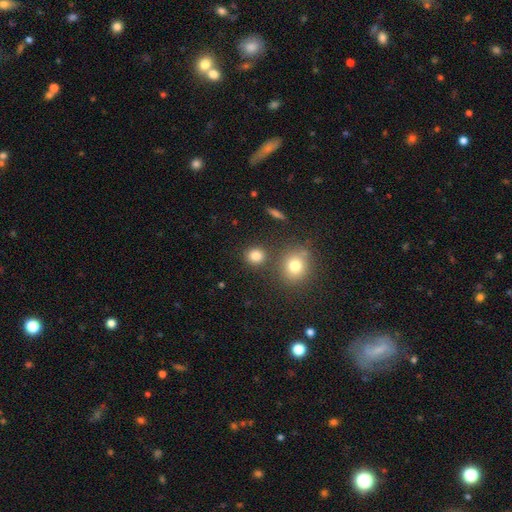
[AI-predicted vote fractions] This is clearly a smooth galaxy (81%). How rounded: clearly round (83%). Merging: likely none (80%).